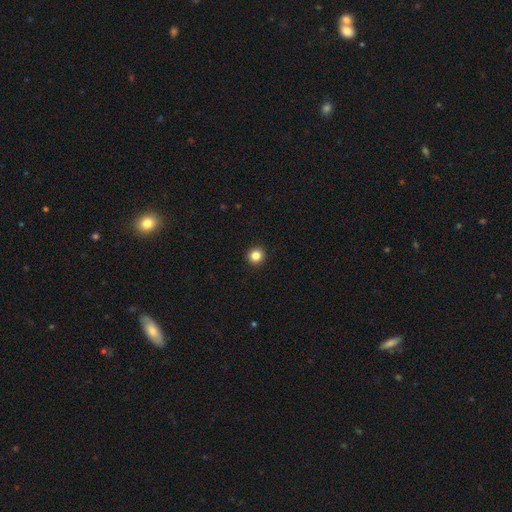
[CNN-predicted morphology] Smooth or featured? smooth (84%)
How rounded? round (94%)
Merging? none (94%)